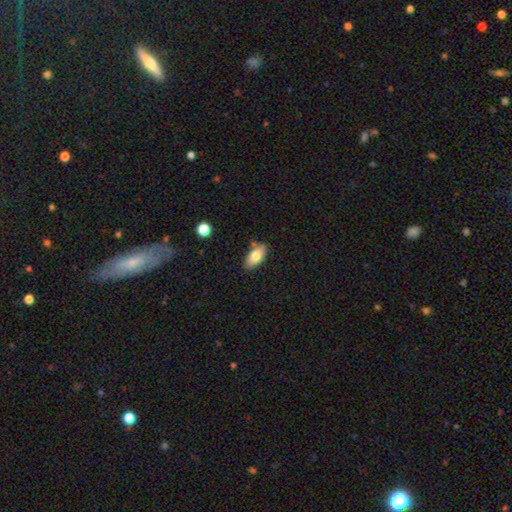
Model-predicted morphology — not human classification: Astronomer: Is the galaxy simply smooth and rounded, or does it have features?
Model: smooth — 78%.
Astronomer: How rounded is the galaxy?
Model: in between — 90%.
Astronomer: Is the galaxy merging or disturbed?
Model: none — 80%.